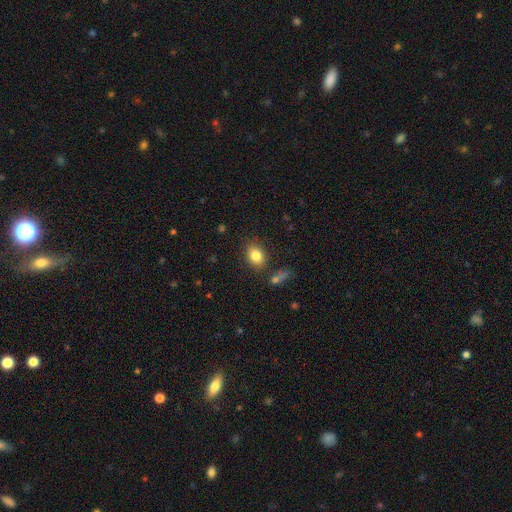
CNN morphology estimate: Smooth or featured? Predicted: smooth (p=0.82). How rounded? Predicted: in between (p=0.64). Merging? Predicted: none (p=0.81).